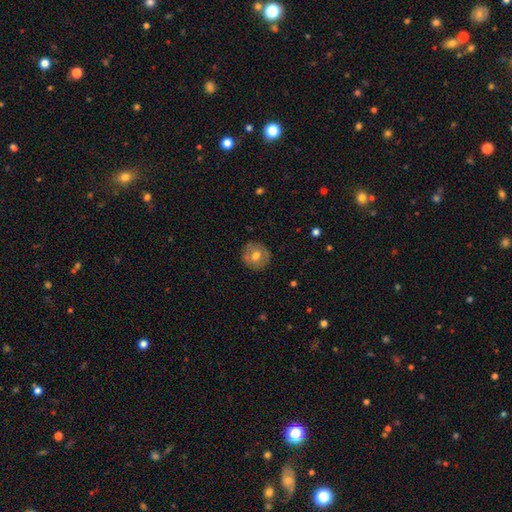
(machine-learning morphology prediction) Smooth or featured?
  - smooth: 64% *
  - featured or disk: 28%
  - star or artifact: 8%
How rounded?
  - round: 92% *
  - in between: 7%
  - cigar-shaped: 1%
Merging?
  - none: 87% *
  - minor disturbance: 9%
  - major disturbance: 2%
  - merger: 1%